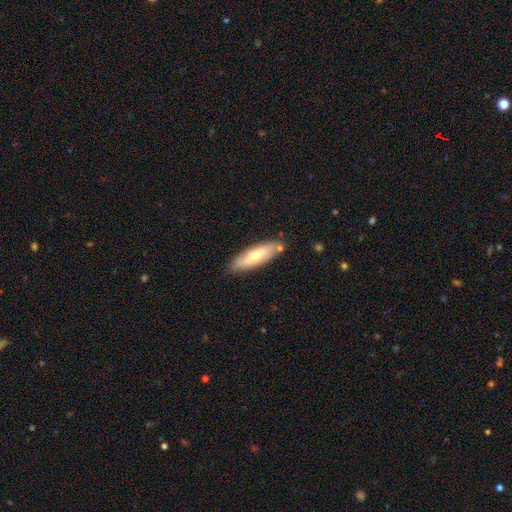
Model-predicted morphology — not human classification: Smooth or featured? smooth (61%)
How rounded? cigar-shaped (53%)
Merging? none (80%)